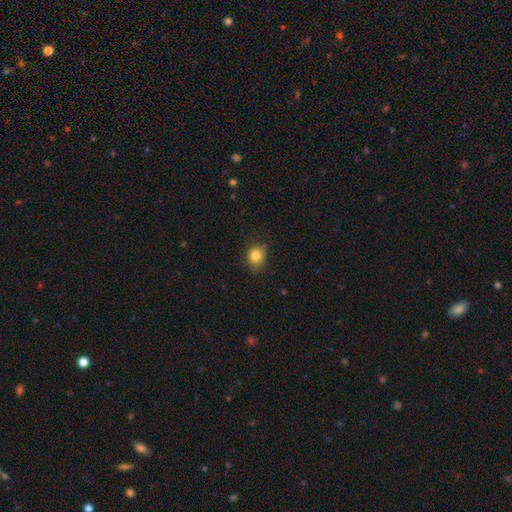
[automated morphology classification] Smooth or featured?
  - smooth: 82% *
  - star or artifact: 10%
  - featured or disk: 8%
How rounded?
  - round: 60% *
  - in between: 39%
  - cigar-shaped: 1%
Merging?
  - none: 73% *
  - minor disturbance: 22%
  - major disturbance: 4%
  - merger: 1%